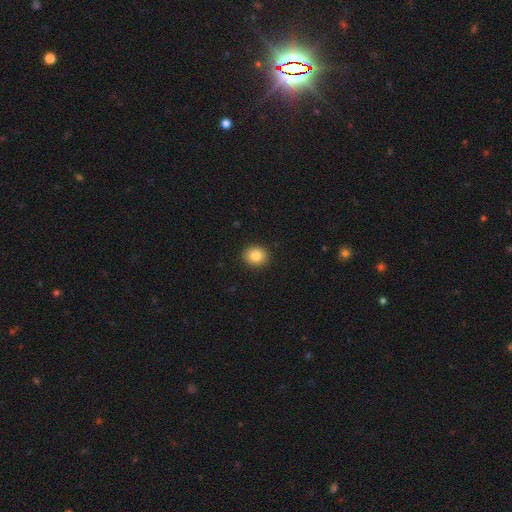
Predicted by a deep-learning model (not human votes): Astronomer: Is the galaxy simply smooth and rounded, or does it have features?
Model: smooth — 85%.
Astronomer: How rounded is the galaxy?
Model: round — 72%.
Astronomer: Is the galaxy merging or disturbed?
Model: none — 91%.